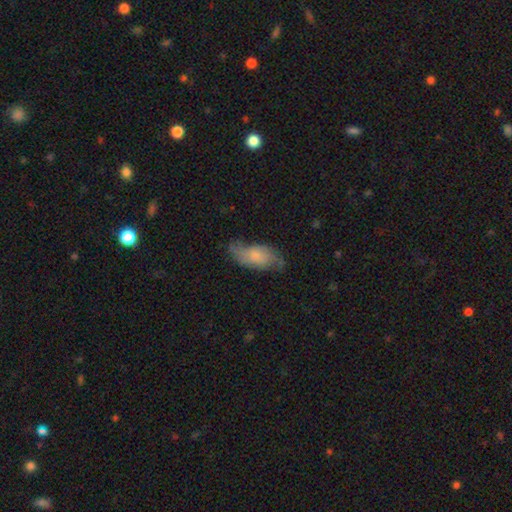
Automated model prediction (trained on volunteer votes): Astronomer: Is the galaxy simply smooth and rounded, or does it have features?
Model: smooth — 54% (runner-up: featured or disk, 38%).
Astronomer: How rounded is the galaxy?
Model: in between — 86%.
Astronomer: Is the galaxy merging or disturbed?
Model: none — 56%.